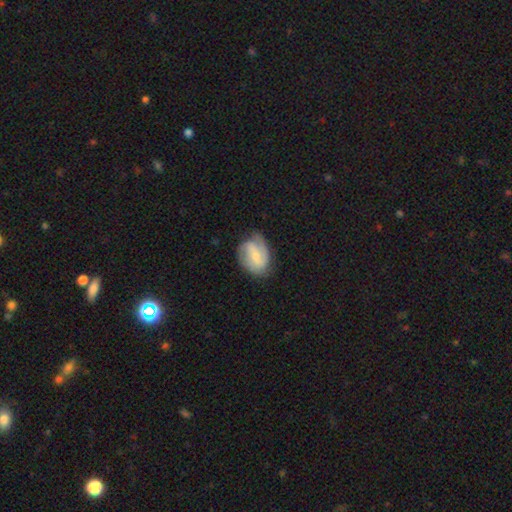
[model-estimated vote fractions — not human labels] smooth-or-featured: featured or disk: 67% | smooth: 27% | star or artifact: 6%
  disk-edge-on: no: 97% | yes: 3%
    bar: weak: 48% | no: 33% | strong: 19%
    has-spiral-arms: yes: 91% | no: 9%
      spiral-winding: medium: 43% | tight: 36% | loose: 21%
      spiral-arm-count: 2: 54% | can't tell: 17% | 3: 14% | 1: 10% | 4: 2% | more than 4: 2%
    bulge-size: small: 56% | moderate: 36% | none: 6% | large: 2% | dominant: 1%
  merging: none: 63% | minor disturbance: 26% | major disturbance: 10% | merger: 2%